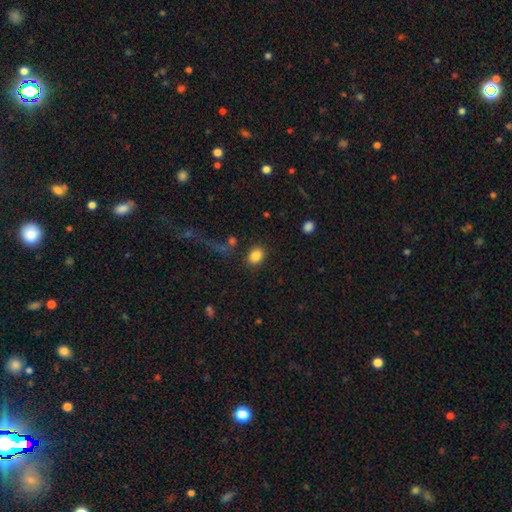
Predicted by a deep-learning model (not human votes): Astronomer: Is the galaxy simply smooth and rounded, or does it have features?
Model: smooth — 86%.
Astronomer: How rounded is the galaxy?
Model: round — 52% (runner-up: in between, 47%).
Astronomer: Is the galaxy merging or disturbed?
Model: none — 83%.